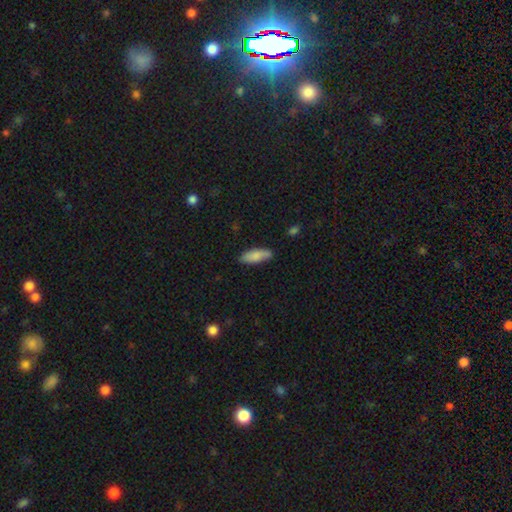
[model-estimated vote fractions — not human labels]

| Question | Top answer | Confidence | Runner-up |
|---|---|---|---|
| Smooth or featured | smooth | 83% | featured or disk (11%) |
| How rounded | in between | 64% | cigar-shaped (34%) |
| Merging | none | 80% | minor disturbance (15%) |